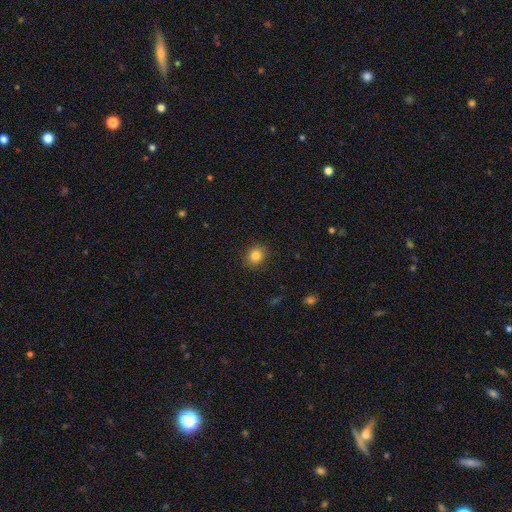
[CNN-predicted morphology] Smooth or featured: smooth — 83% (star or artifact — 11%)
How rounded: round — 70% (in between — 29%)
Merging: none — 89% (minor disturbance — 8%)